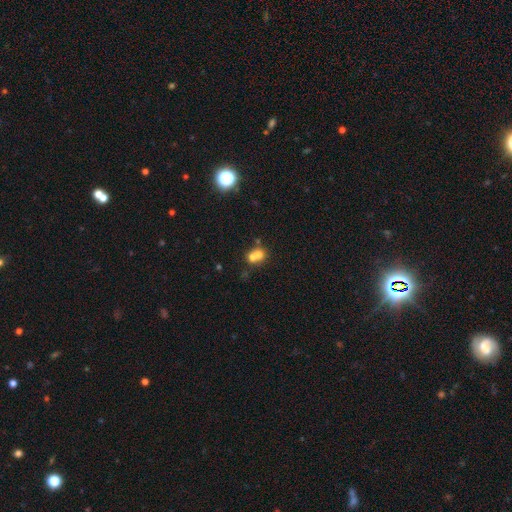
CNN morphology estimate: This is likely a smooth galaxy (66%). How rounded: likely round (71%). Merging: likely merger (65%).